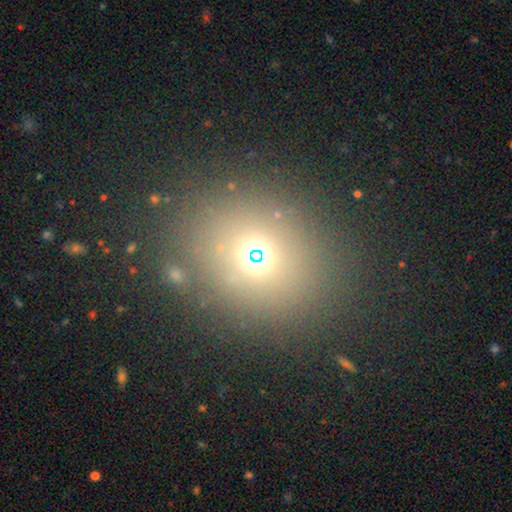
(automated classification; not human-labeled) smooth_or_featured: smooth (p=0.54) [alt: star or artifact p=0.32]
how_rounded: round (p=0.66) [alt: in between p=0.32]
merging: none (p=0.83) [alt: minor disturbance p=0.09]